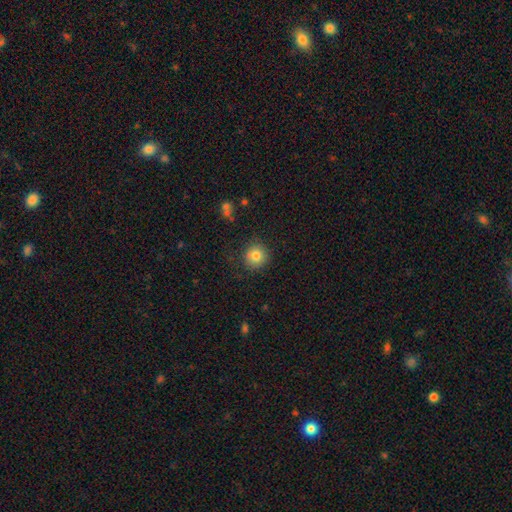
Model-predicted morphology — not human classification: This appears to be a smooth galaxy with no disk features (81%) that is round (93%). Merging: none (86%).